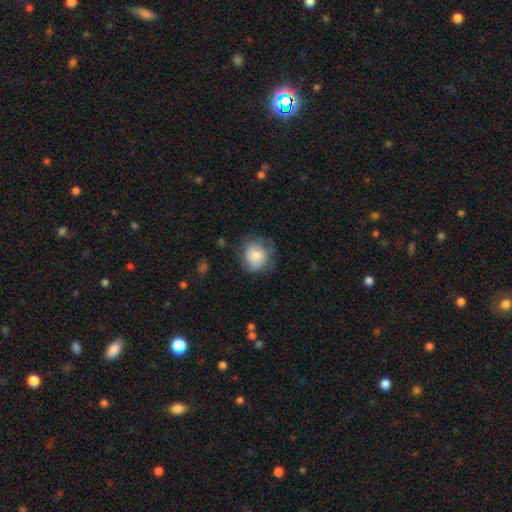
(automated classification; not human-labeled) This appears to be a smooth galaxy with no disk features (75%) that is round (78%). Merging: none (63%).